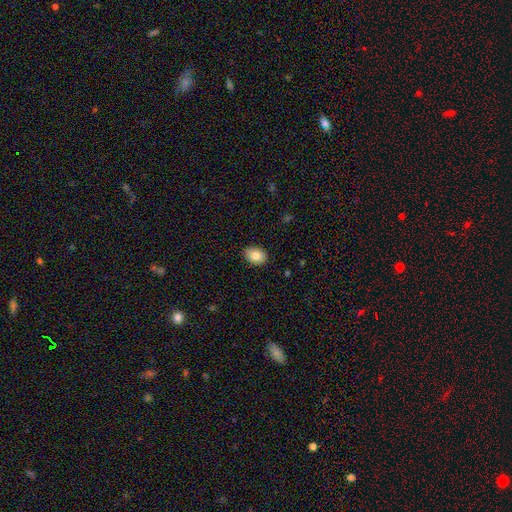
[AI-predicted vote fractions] Smooth or featured: smooth — 83% (featured or disk — 9%)
How rounded: in between — 72% (round — 27%)
Merging: none — 88% (minor disturbance — 9%)